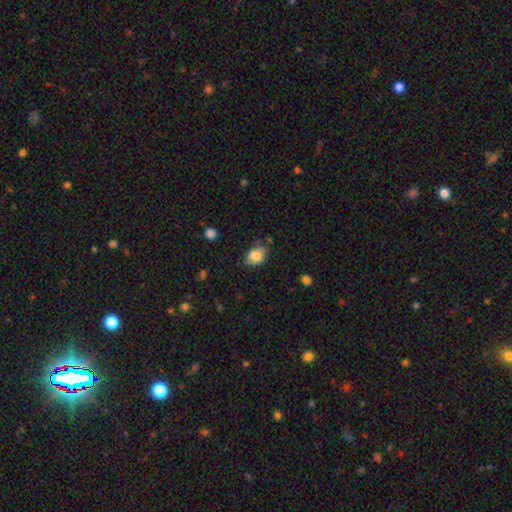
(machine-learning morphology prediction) Smooth or featured: smooth — 81% (featured or disk — 10%)
How rounded: in between — 56% (round — 42%)
Merging: none — 66% (minor disturbance — 25%)